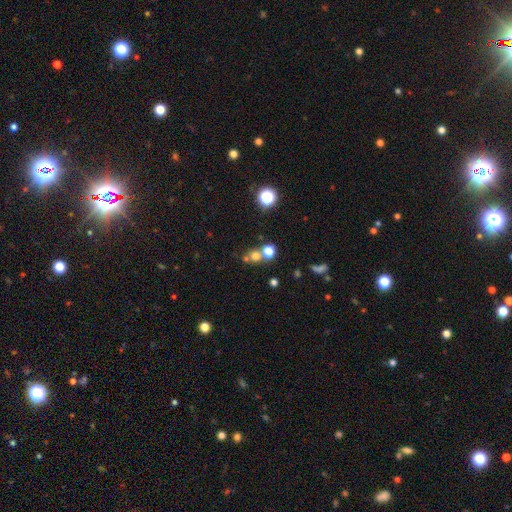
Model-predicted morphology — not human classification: This appears to be a smooth galaxy with no disk features (67%) that is round (85%). Merging: none (51%).